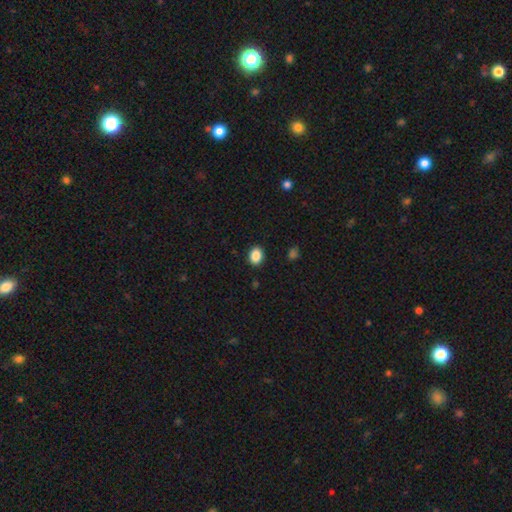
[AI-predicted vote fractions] This is clearly a smooth galaxy (88%). How rounded: possibly in between (57%). Merging: clearly none (90%).